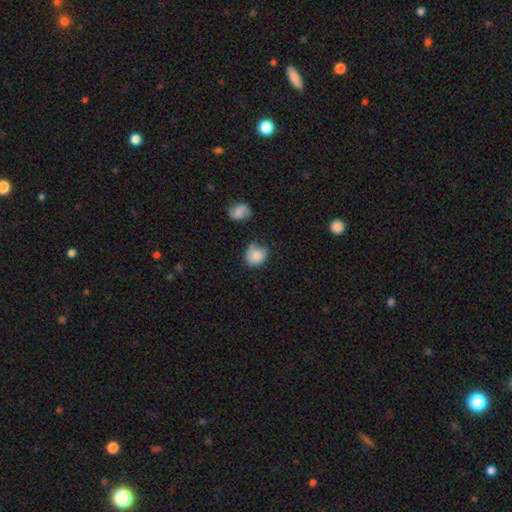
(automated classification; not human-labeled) This appears to be a smooth galaxy with no disk features (82%) that is round (69%). Merging: none (55%).